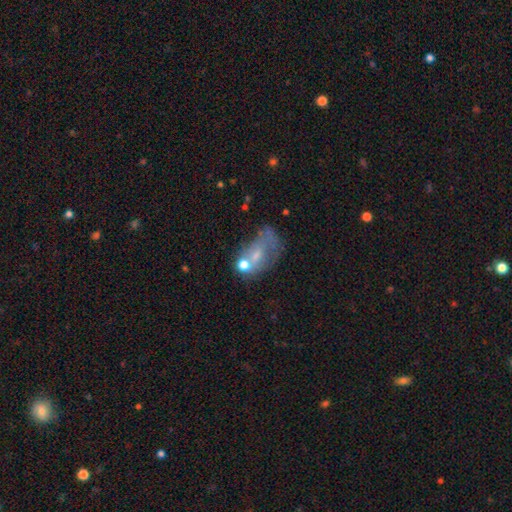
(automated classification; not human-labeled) The model was most divided on "merging": major disturbance: 29%, none: 28%, merger: 22%, minor disturbance: 21%. Remaining: smooth or featured — smooth (47%).